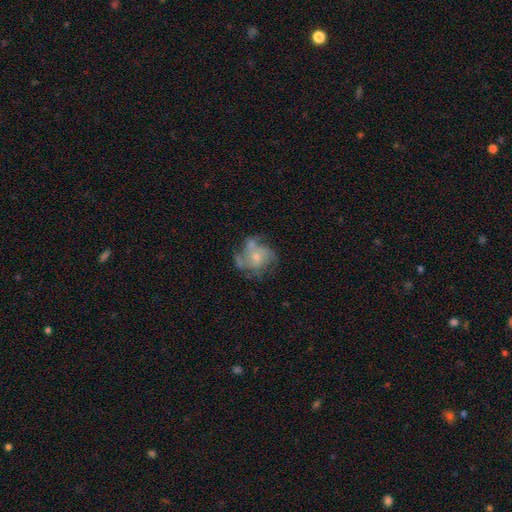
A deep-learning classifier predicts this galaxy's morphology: A featured or disk galaxy (69%) with no bar (78%), 3 (31%) medium (45%) spiral arms (79%) and a small central bulge (58%).

Vote fractions:
- Smooth or featured? featured or disk: 69% / smooth: 21% / star or artifact: 9%
- Edge-on disk? no: 98% / yes: 2%
- Bar? no: 78% / weak: 20% / strong: 3%
- Spiral arms? yes: 79% / no: 21%
- Spiral winding? medium: 45% / tight: 32% / loose: 22%
- Spiral arm count? 3: 31% / can't tell: 27% / 4: 22% / 2: 10% / more than 4: 5% / 1: 5%
- Bulge size? small: 58% / moderate: 35% / none: 4% / large: 2% / dominant: 1%
- Merging? none: 50% / minor disturbance: 22% / major disturbance: 18% / merger: 10%